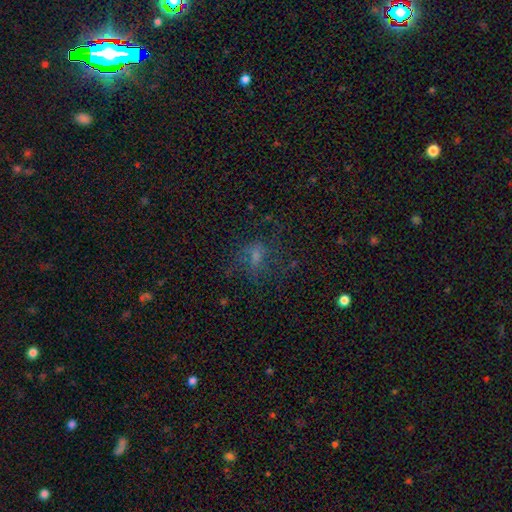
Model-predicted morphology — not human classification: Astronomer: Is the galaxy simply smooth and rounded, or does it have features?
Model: smooth — 45% (runner-up: featured or disk, 30%).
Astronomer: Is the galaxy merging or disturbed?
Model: none — 51% (runner-up: major disturbance, 27%).